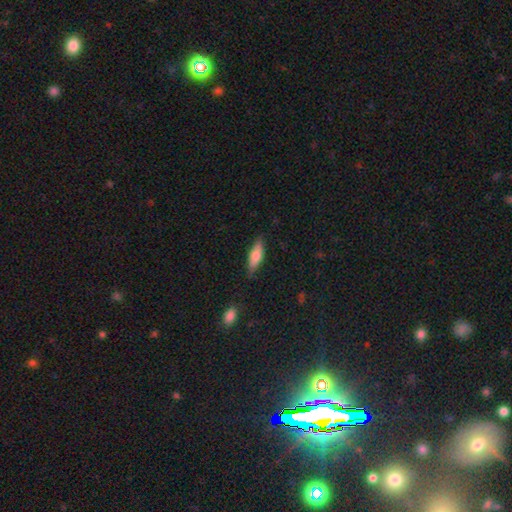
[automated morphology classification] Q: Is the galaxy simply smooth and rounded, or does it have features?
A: smooth — 67%.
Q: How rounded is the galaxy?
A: in between — 50%.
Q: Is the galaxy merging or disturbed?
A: none — 81%.